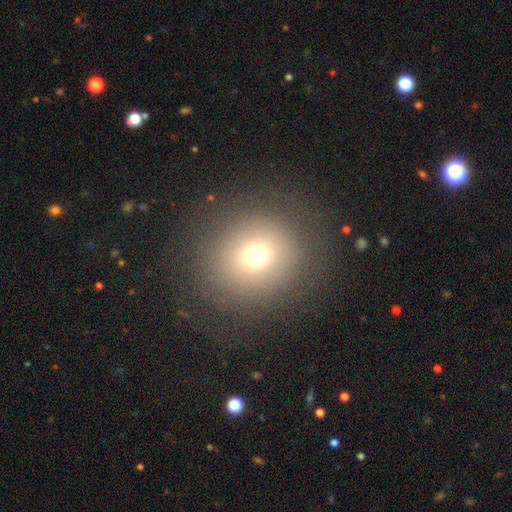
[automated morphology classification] Smooth or featured? smooth (69%)
How rounded? round (89%)
Merging? none (84%)